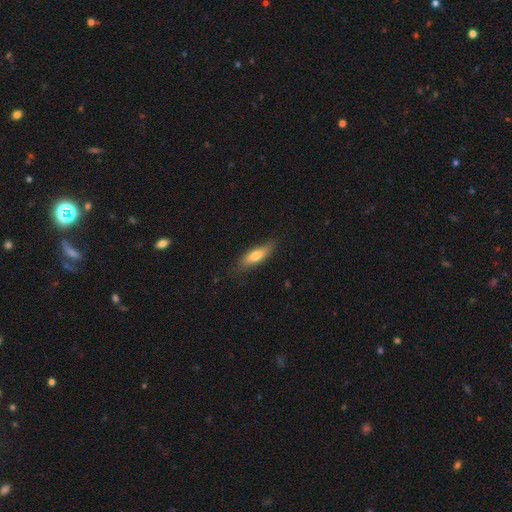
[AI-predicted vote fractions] The model was most divided on "how rounded": in between: 51%, cigar-shaped: 47%, round: 2%. More confident: merging — none (76%); smooth or featured — smooth (71%).